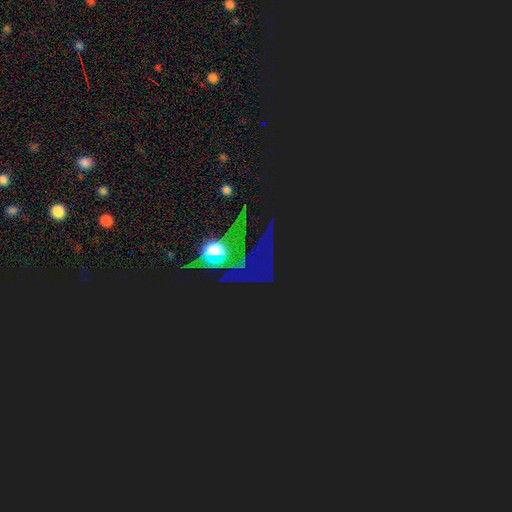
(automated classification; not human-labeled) Smooth or featured? star or artifact (76%)